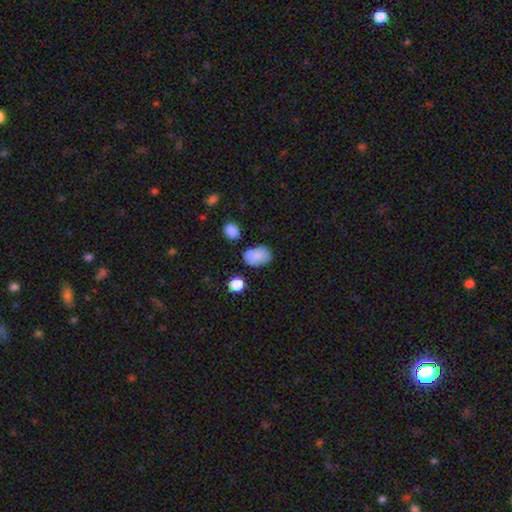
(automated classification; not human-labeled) This is likely a smooth galaxy (79%). How rounded: clearly in between (83%). Merging: possibly none (54%).